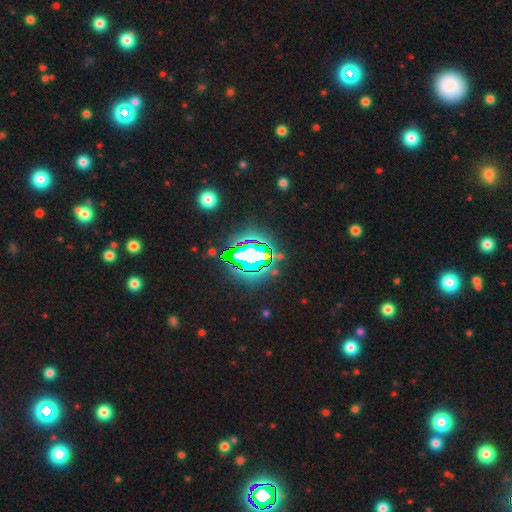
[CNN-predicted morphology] smooth-or-featured: star or artifact: 78% | smooth: 12% | featured or disk: 10%